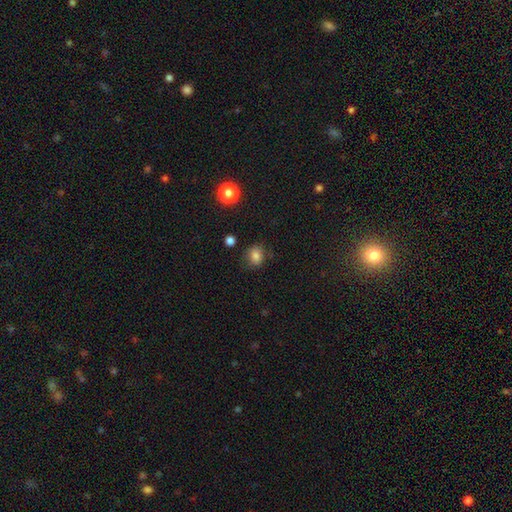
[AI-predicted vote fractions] Overall: smooth (81%). How rounded: round (70%). Merging: none (79%).